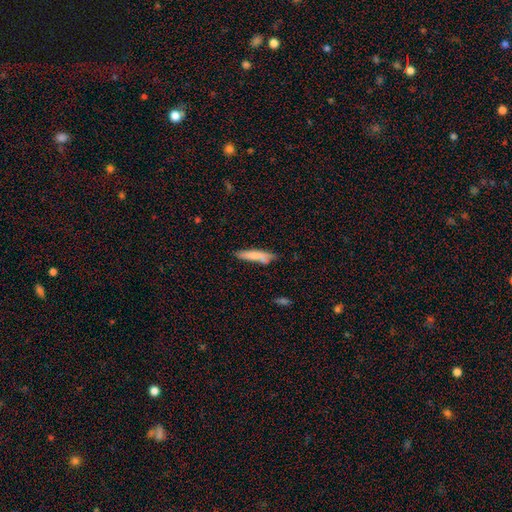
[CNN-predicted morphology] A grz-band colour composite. It shows a smooth galaxy with no disk features (77%) that is cigar-shaped (84%). Merging: none (67%).